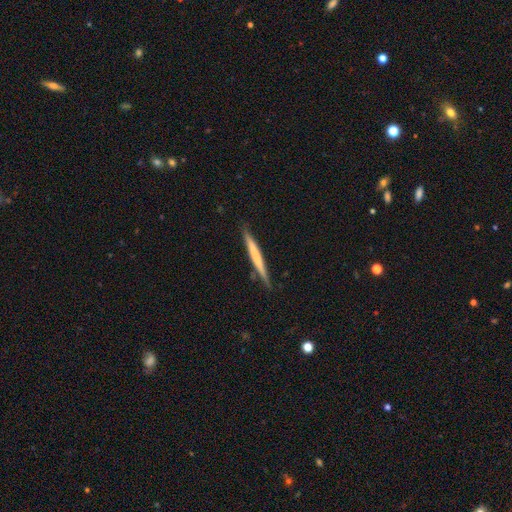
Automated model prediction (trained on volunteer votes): Smooth or featured? Predicted: smooth (p=0.52). How rounded? Predicted: cigar-shaped (p=0.97). Merging? Predicted: none (p=0.85).